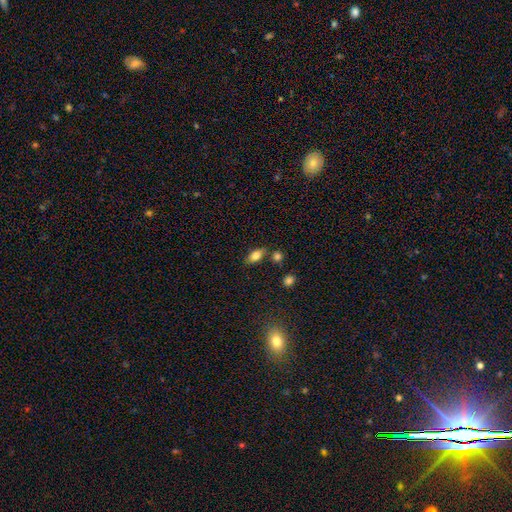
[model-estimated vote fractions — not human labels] smooth-or-featured: smooth: 80% | featured or disk: 11% | star or artifact: 9%
  how-rounded: in between: 87% | round: 7% | cigar-shaped: 6%
  merging: none: 72% | minor disturbance: 13% | merger: 11% | major disturbance: 3%